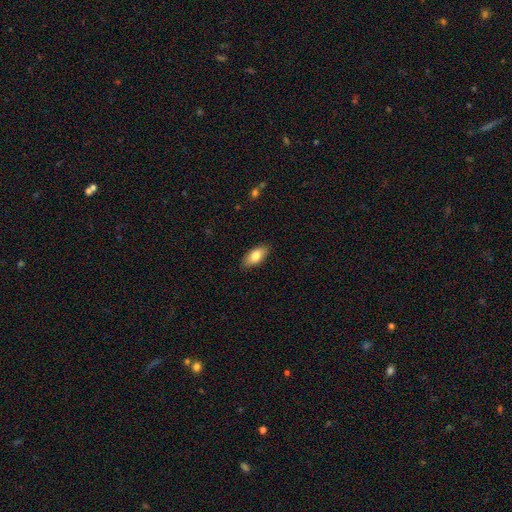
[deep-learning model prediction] Morphology: type=smooth (81%); roundness=in between (90%); merging=none (87%).